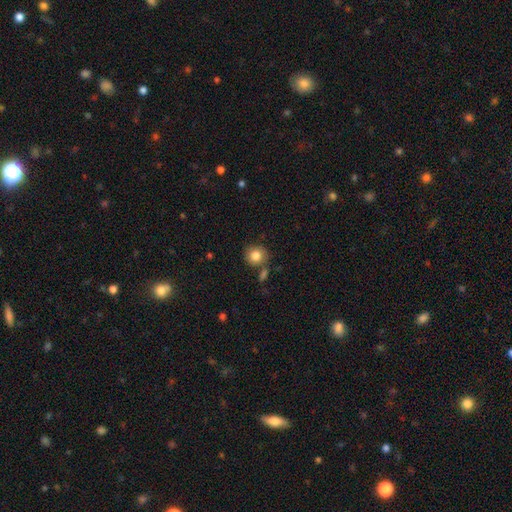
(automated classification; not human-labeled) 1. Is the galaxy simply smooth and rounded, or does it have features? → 83% smooth, 9% star or artifact, 8% featured or disk.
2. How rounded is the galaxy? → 87% round, 12% in between, 1% cigar-shaped.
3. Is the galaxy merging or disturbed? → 77% none, 11% minor disturbance, 9% merger, 3% major disturbance.